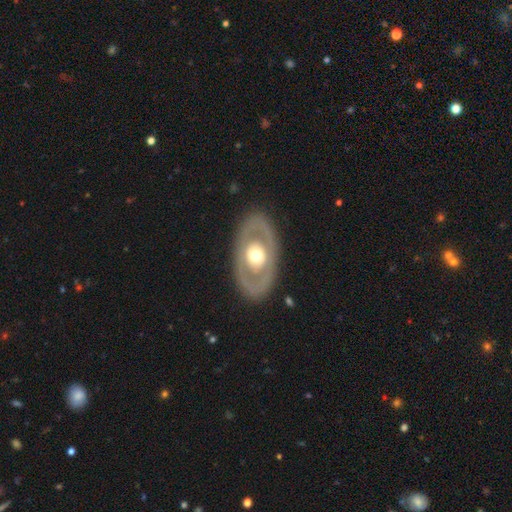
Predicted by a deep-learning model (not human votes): Q: Smooth or featured?
A: featured or disk (63%); runner-up: smooth (33%)
Q: Edge-on disk?
A: no (90%); runner-up: yes (10%)
Q: Bar?
A: no (88%); runner-up: weak (8%)
Q: Spiral arms?
A: no (86%); runner-up: yes (14%)
Q: Bulge size?
A: moderate (67%); runner-up: large (22%)
Q: Merging?
A: none (84%); runner-up: minor disturbance (10%)